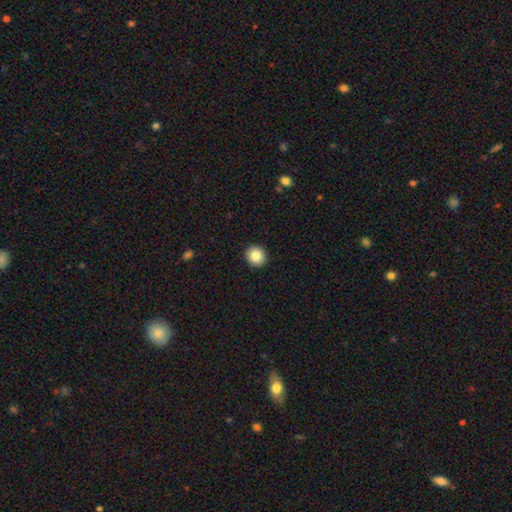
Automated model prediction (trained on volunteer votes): Morphology: type=smooth (85%); roundness=round (84%); merging=none (92%).